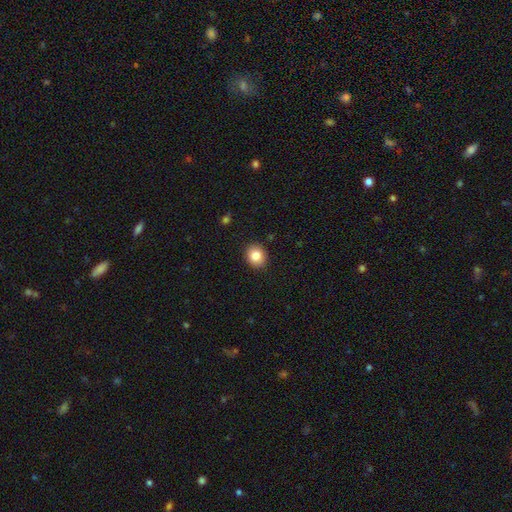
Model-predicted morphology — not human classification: type=smooth (84%); roundness=round (67%); merging=none (90%).